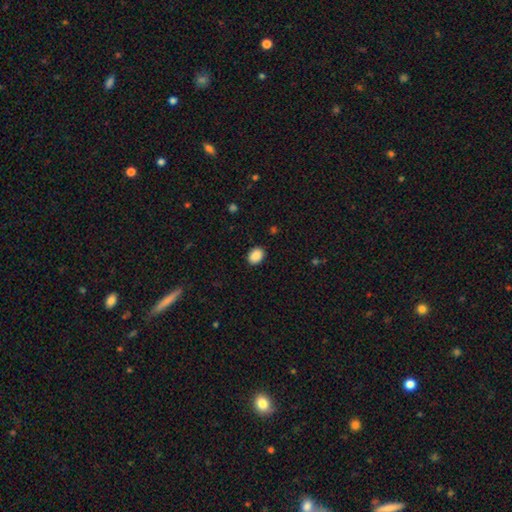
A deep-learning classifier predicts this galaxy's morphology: This appears to be a smooth galaxy with no disk features (90%) that is in between round and cigar-shaped (68%). Merging: none (89%).